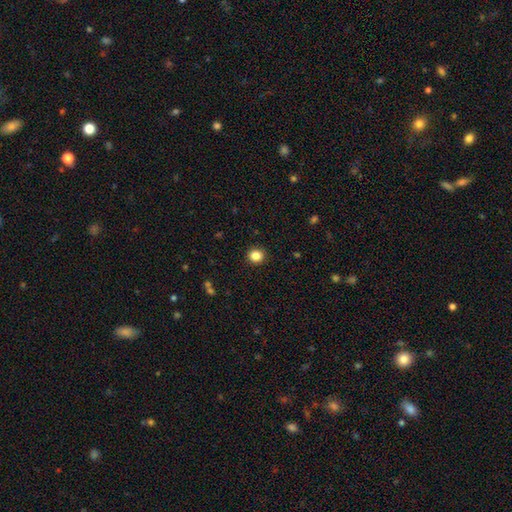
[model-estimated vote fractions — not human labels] Q: Smooth or featured?
A: smooth (86%); runner-up: star or artifact (11%)
Q: How rounded?
A: round (85%); runner-up: in between (14%)
Q: Merging?
A: none (91%); runner-up: minor disturbance (6%)